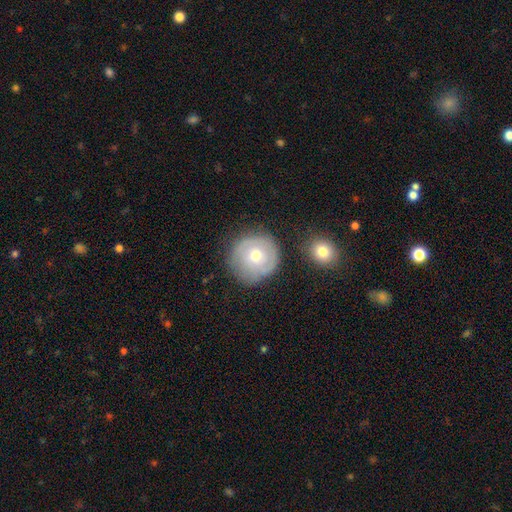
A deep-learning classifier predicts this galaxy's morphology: This appears to be a smooth galaxy with no disk features (54%) that is round (91%). Merging: none (71%).